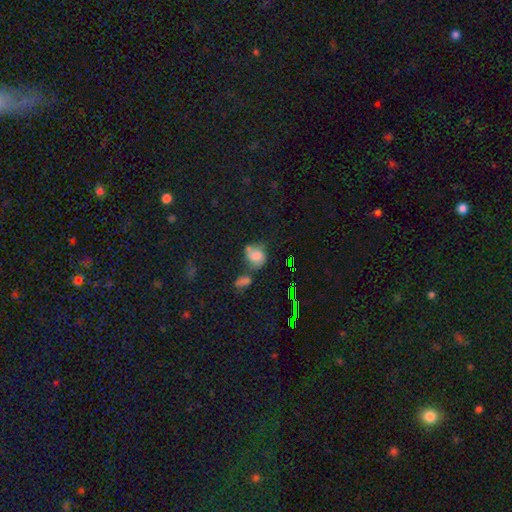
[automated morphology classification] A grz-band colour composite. It shows a smooth galaxy with no disk features (56%) that is round (59%). Merging: none (35%).